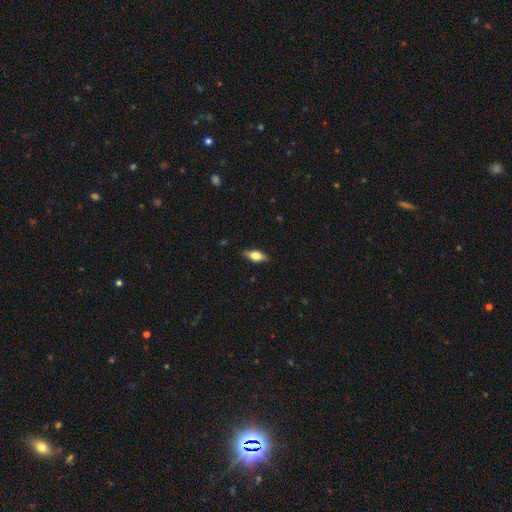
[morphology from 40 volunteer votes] type=featured or disk (57%); edge-on=yes (100%); edge-on bulge=rounded (83%); merging=none (92%).